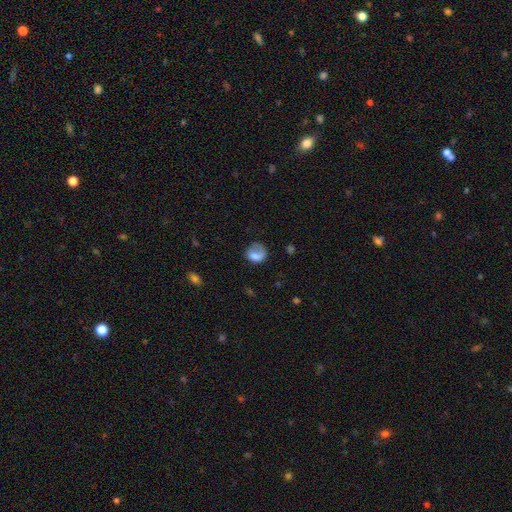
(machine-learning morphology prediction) Smooth or featured? smooth (67%)
How rounded? round (63%)
Merging? none (45%)